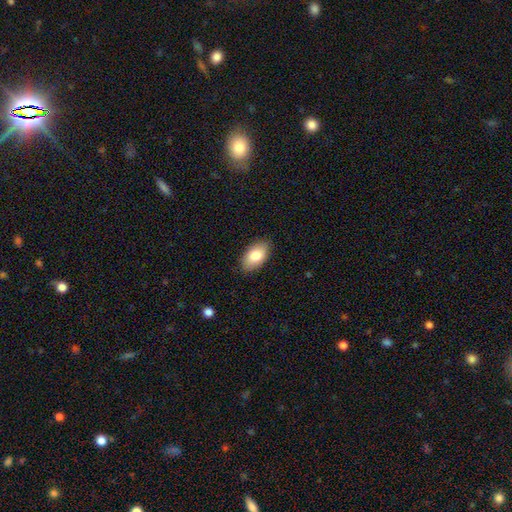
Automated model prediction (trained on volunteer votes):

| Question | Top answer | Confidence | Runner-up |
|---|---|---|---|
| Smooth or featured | smooth | 82% | featured or disk (11%) |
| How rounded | in between | 94% | round (4%) |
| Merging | none | 87% | minor disturbance (10%) |